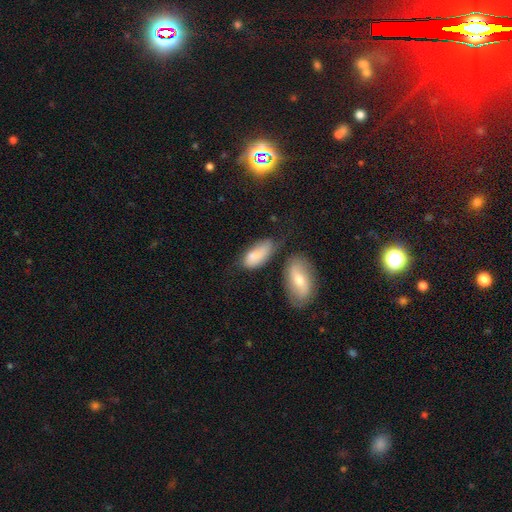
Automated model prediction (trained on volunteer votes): Smooth or featured?
  - smooth: 77% *
  - featured or disk: 16%
  - star or artifact: 7%
How rounded?
  - in between: 86% *
  - cigar-shaped: 10%
  - round: 3%
Merging?
  - none: 37% *
  - minor disturbance: 29%
  - merger: 18%
  - major disturbance: 16%